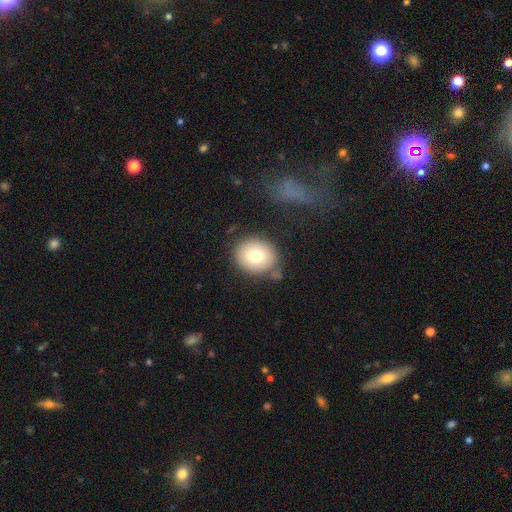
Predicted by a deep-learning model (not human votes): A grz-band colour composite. It shows a smooth galaxy with no disk features (78%) that is round (69%). Merging: none (74%).